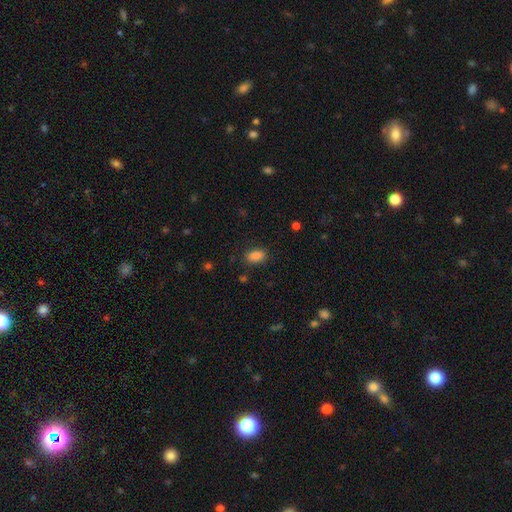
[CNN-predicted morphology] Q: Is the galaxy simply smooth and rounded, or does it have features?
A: smooth — 87%.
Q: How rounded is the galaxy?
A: in between — 89%.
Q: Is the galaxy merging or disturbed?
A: none — 85%.